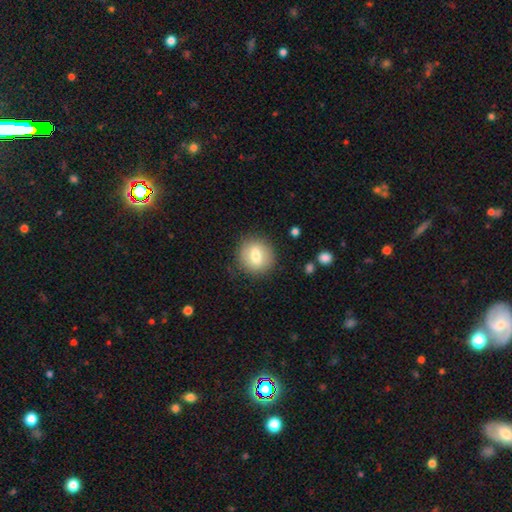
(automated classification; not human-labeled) Overall: smooth (70%). How rounded: round (83%). Merging: none (85%).